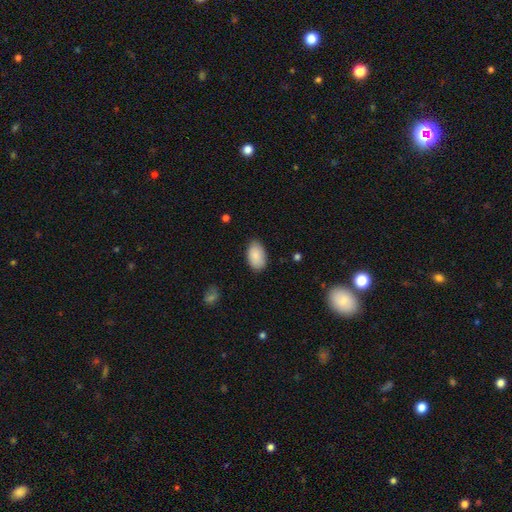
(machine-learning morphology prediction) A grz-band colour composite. It shows a smooth galaxy with no disk features (88%) that is in between round and cigar-shaped (94%). Merging: none (82%).